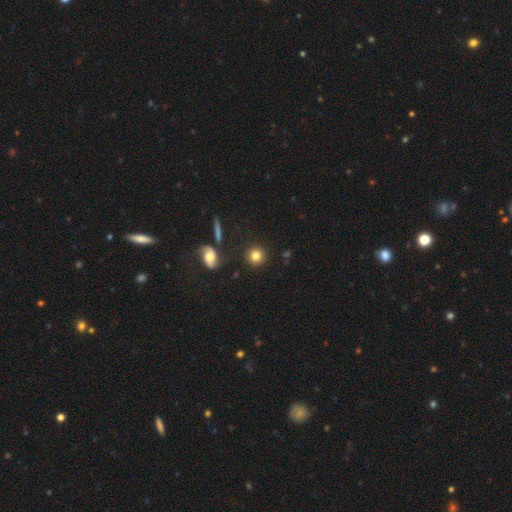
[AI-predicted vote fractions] smooth_or_featured: smooth (p=0.80) [alt: star or artifact p=0.10]
how_rounded: round (p=0.91) [alt: in between p=0.07]
merging: none (p=0.87) [alt: minor disturbance p=0.07]